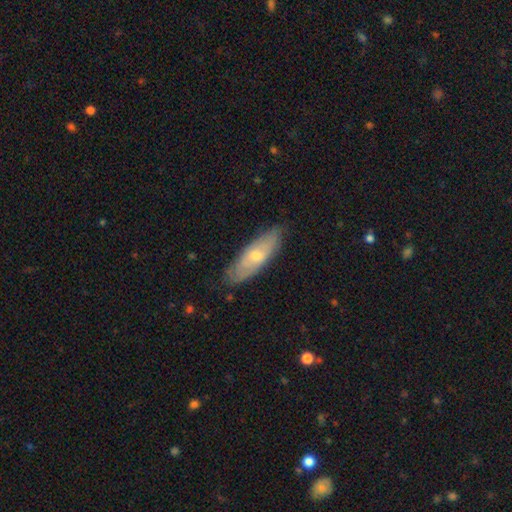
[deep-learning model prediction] Smooth or featured? Predicted: smooth (p=0.49). Merging? Predicted: none (p=0.80).